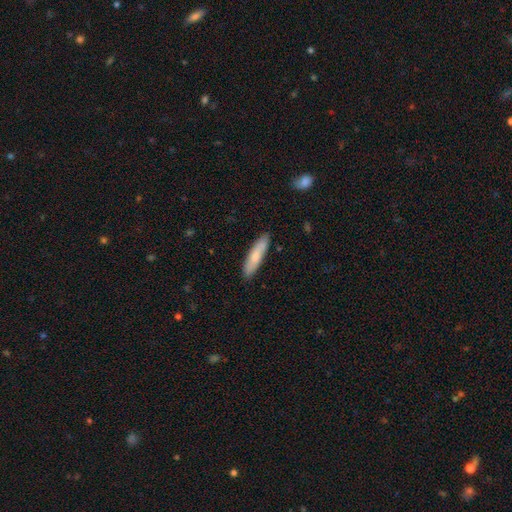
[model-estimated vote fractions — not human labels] Smooth or featured? smooth (73%)
How rounded? cigar-shaped (78%)
Merging? none (87%)